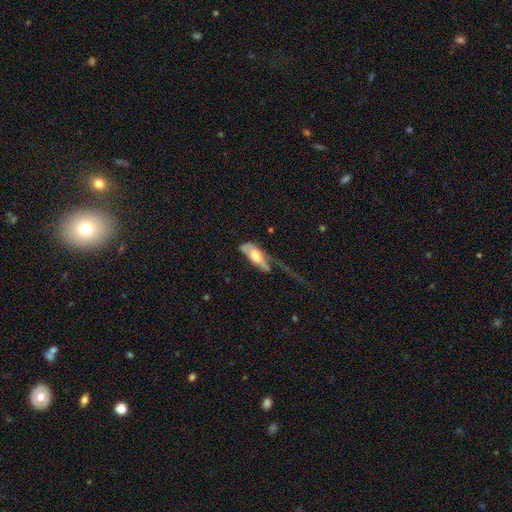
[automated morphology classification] Smooth or featured? Predicted: smooth (p=0.52). How rounded? Predicted: in between (p=0.70). Merging? Predicted: major disturbance (p=0.56).